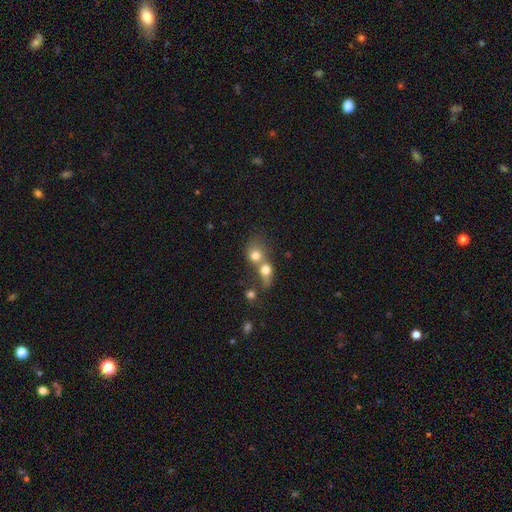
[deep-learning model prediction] Smooth or featured?
  - smooth: 72% *
  - featured or disk: 16%
  - star or artifact: 12%
How rounded?
  - round: 72% *
  - in between: 27%
  - cigar-shaped: 2%
Merging?
  - merger: 67% *
  - none: 23%
  - minor disturbance: 5%
  - major disturbance: 5%